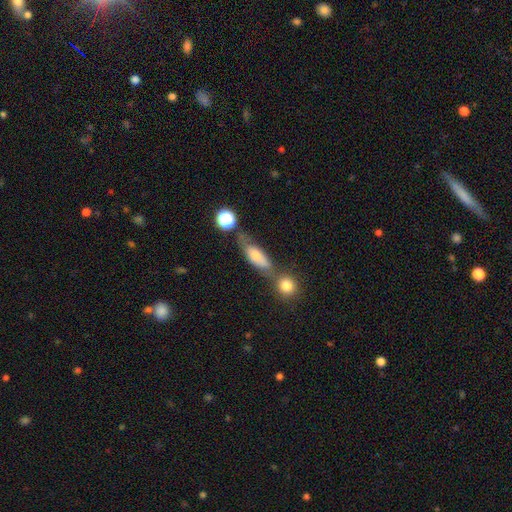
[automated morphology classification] This appears to be a smooth galaxy with no disk features (65%) that is in between round and cigar-shaped (63%). Merging: none (45%).